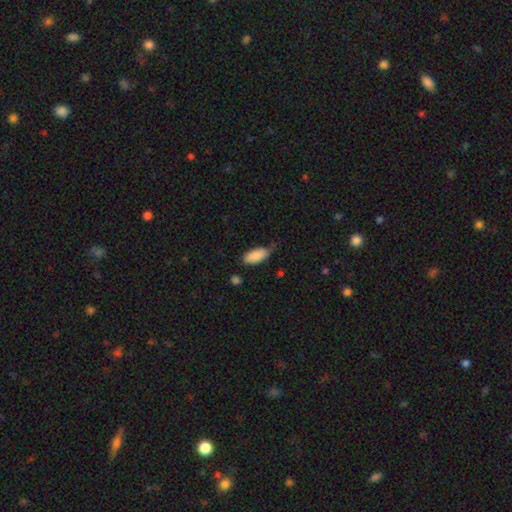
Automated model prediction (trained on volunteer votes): Morphology: type=smooth (88%); roundness=in between (87%); merging=none (57%).